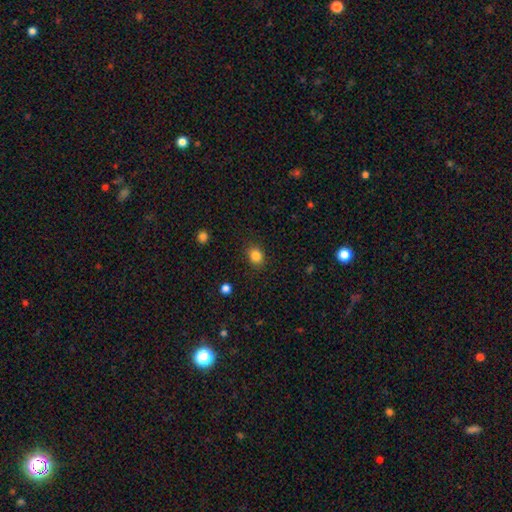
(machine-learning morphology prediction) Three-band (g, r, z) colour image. It shows a smooth galaxy with no disk features (84%) that is round (63%). Merging: none (86%).